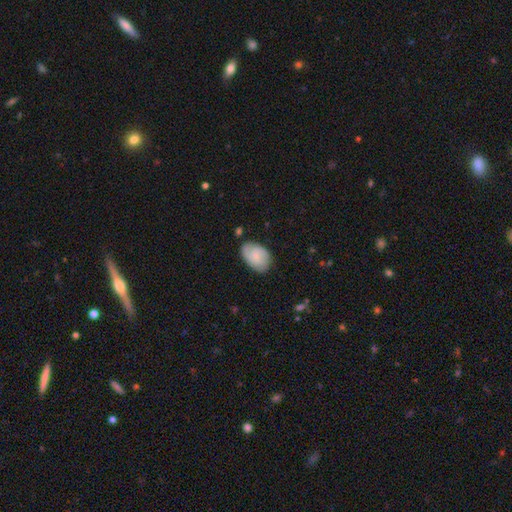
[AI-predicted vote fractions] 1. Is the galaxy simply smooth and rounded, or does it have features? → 47% smooth, 46% featured or disk, 7% star or artifact.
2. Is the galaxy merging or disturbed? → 71% none, 22% minor disturbance, 5% major disturbance, 2% merger.